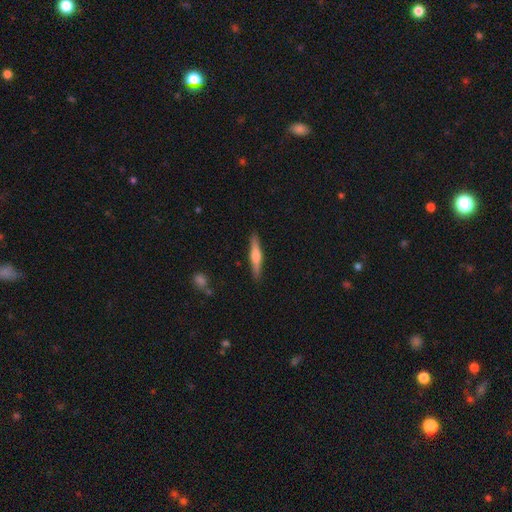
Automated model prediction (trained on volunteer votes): A featured or disk galaxy (53%) viewed edge-on (97%) with a rounded central bulge (84%). Merging: none (90%).